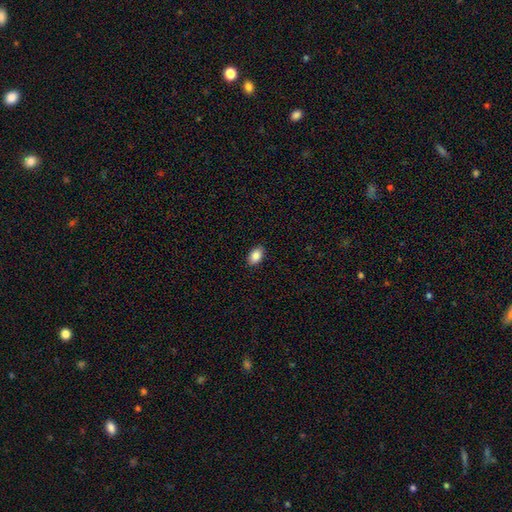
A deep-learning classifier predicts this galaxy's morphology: smooth 87%, star or artifact 8%, featured or disk 6%. Down the decision tree: how rounded — in between (90%); merging — none (90%).